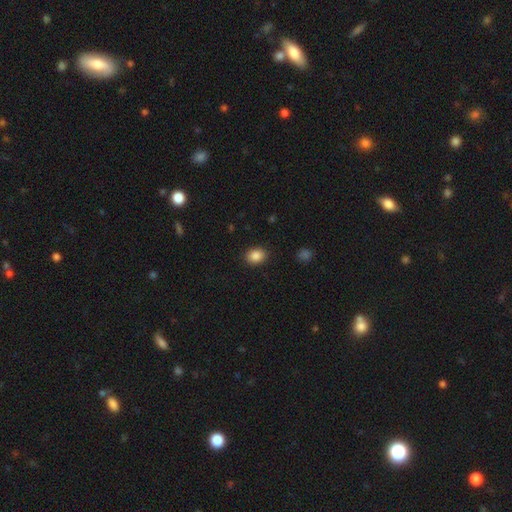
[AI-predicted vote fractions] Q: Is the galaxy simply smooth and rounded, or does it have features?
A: smooth — 87%.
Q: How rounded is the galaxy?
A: in between — 54%.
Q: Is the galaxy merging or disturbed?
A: none — 89%.